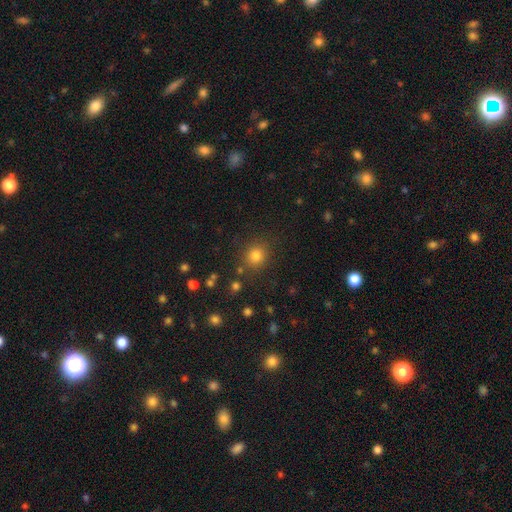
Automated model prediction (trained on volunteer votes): A smooth galaxy with no disk features (80%) that is round (86%). Merging: none (84%).